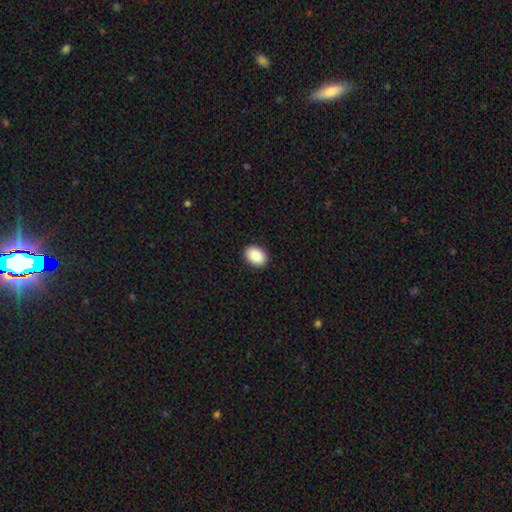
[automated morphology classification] smooth 90%, star or artifact 7%, featured or disk 3%. Down the decision tree: how rounded — in between (76%); merging — none (91%).